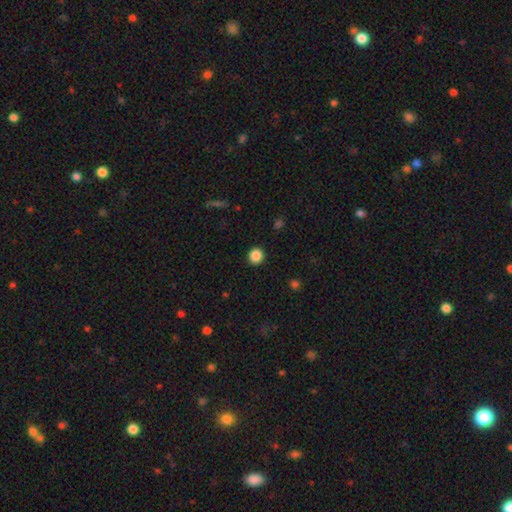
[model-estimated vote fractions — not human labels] A smooth galaxy with no disk features (87%) that is round (93%). Merging: none (92%).